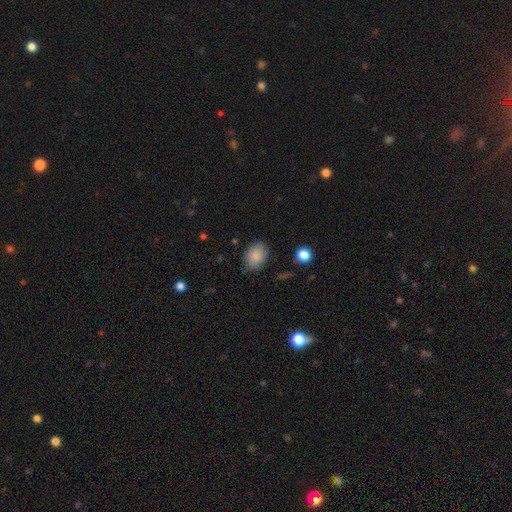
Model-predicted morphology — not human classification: Smooth or featured? Predicted: smooth (p=0.87). How rounded? Predicted: in between (p=0.66). Merging? Predicted: none (p=0.79).